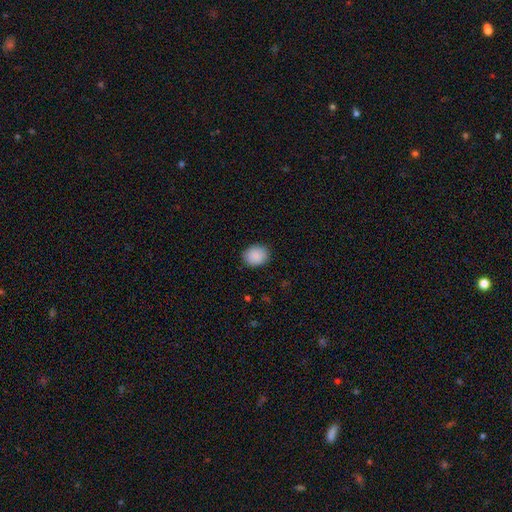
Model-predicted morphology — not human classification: Q: Smooth or featured?
A: smooth (90%); runner-up: star or artifact (7%)
Q: How rounded?
A: round (57%); runner-up: in between (42%)
Q: Merging?
A: none (88%); runner-up: minor disturbance (9%)